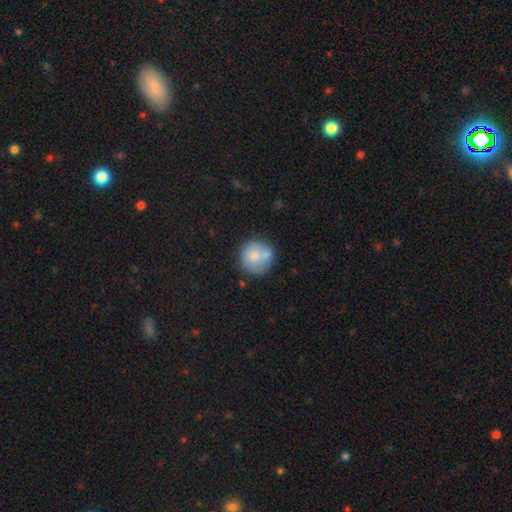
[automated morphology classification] Smooth or featured?
  - smooth: 69% *
  - featured or disk: 23%
  - star or artifact: 7%
How rounded?
  - round: 91% *
  - in between: 8%
  - cigar-shaped: 1%
Merging?
  - none: 58% *
  - merger: 21%
  - minor disturbance: 16%
  - major disturbance: 6%